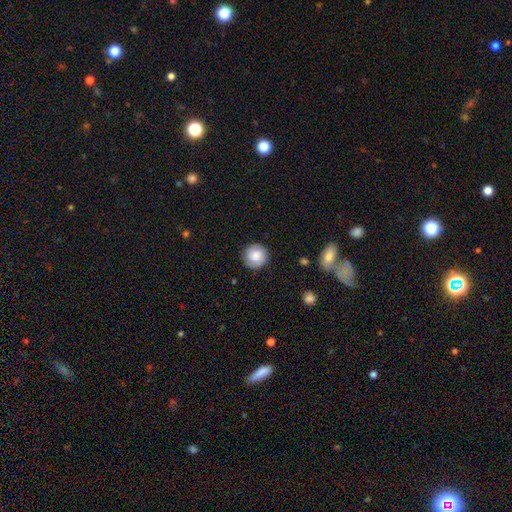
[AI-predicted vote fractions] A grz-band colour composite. It shows a smooth galaxy with no disk features (67%) that is round (92%). Merging: none (85%).